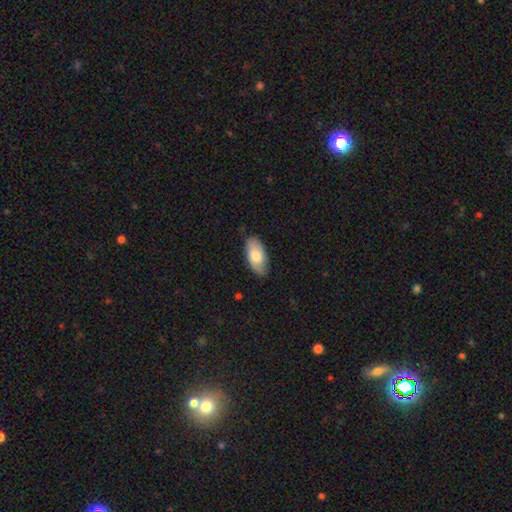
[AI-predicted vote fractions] Q: Smooth or featured?
A: smooth (74%); runner-up: featured or disk (20%)
Q: How rounded?
A: in between (93%); runner-up: cigar-shaped (4%)
Q: Merging?
A: none (80%); runner-up: minor disturbance (17%)